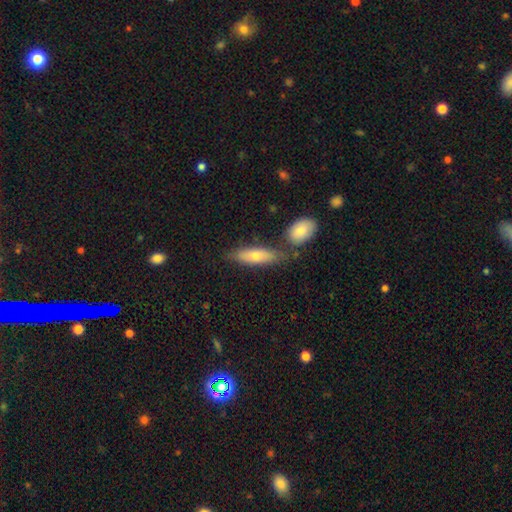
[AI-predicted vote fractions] This appears to be a smooth galaxy with no disk features (64%) that is cigar-shaped (51%). Merging: none (62%).